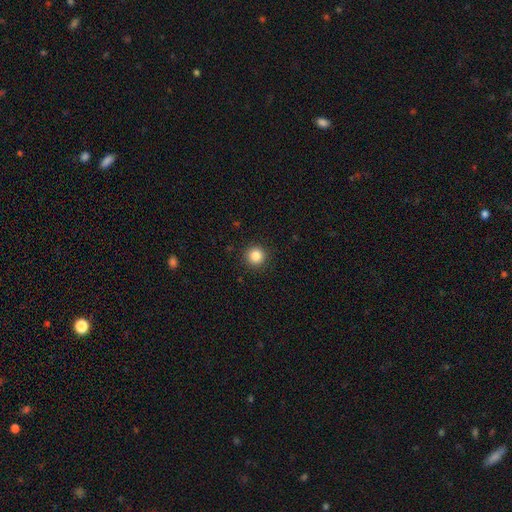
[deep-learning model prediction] smooth 85%, star or artifact 11%, featured or disk 4%. Down the decision tree: how rounded — round (95%); merging — none (92%).